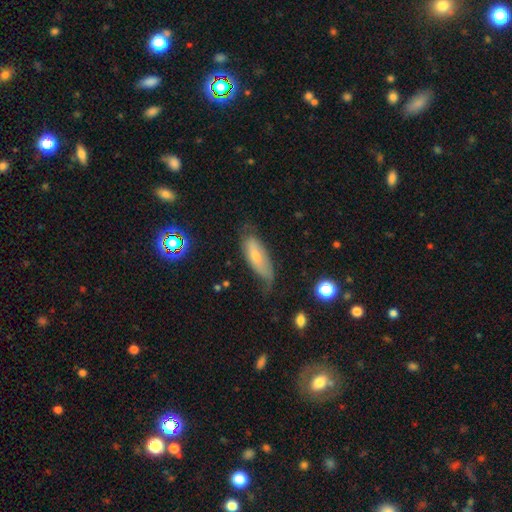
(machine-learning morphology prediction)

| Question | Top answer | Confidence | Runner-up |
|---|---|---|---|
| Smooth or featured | smooth | 46% | featured or disk (44%) |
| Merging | none | 50% | minor disturbance (35%) |